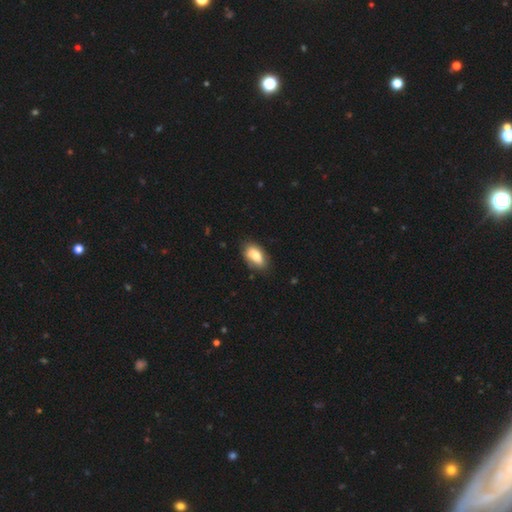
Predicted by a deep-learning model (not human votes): Overall: smooth (75%). How rounded: in between (92%). Merging: none (75%).